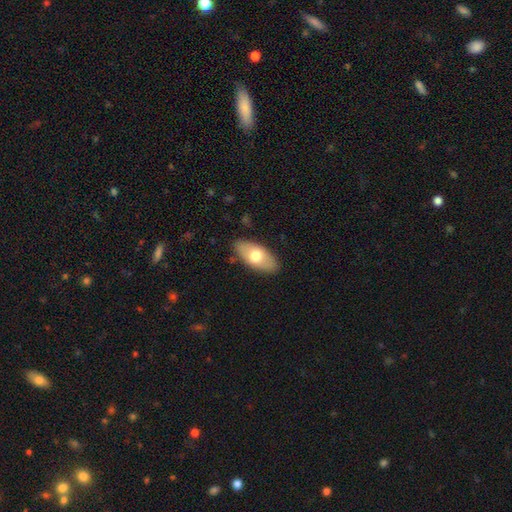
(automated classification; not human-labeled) Overall: smooth (65%; featured or disk 30%). How rounded: in between (91%). Merging: none (85%).